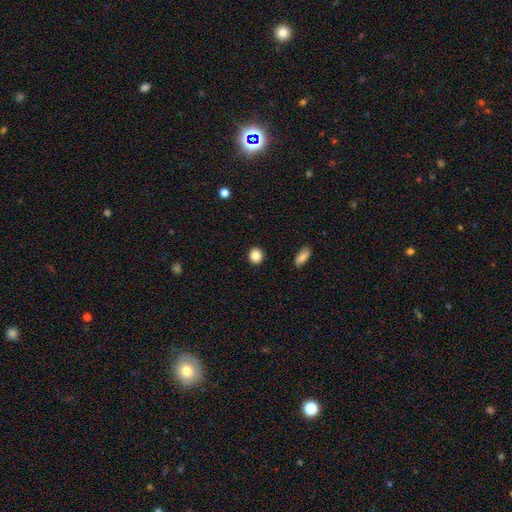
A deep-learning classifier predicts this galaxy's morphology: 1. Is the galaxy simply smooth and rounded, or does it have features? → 86% smooth, 9% star or artifact, 4% featured or disk.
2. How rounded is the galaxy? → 83% round, 16% in between, 1% cigar-shaped.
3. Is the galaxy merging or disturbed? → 92% none, 5% minor disturbance, 2% major disturbance, 1% merger.